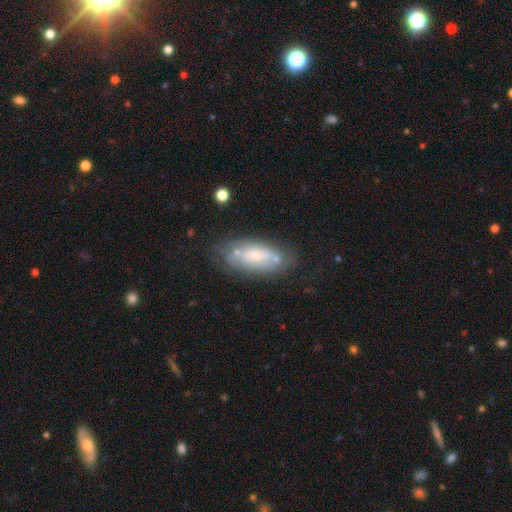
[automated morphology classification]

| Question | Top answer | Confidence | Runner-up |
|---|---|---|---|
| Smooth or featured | featured or disk | 54% | smooth (38%) |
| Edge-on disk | no | 87% | yes (13%) |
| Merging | none | 61% | minor disturbance (22%) |